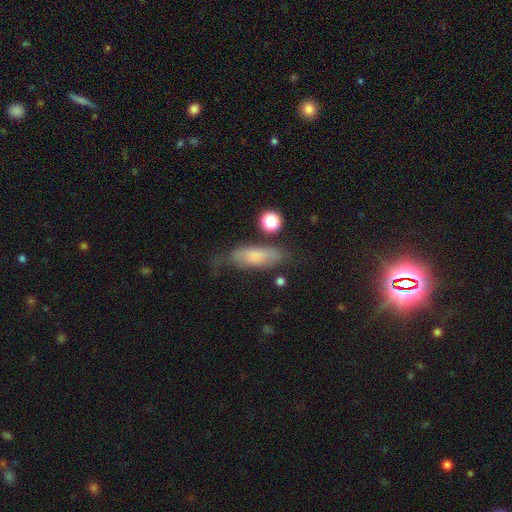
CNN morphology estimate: Smooth or featured?
  - smooth: 70% *
  - featured or disk: 21%
  - star or artifact: 9%
How rounded?
  - in between: 63% *
  - cigar-shaped: 34%
  - round: 4%
Merging?
  - none: 48% *
  - minor disturbance: 30%
  - major disturbance: 17%
  - merger: 5%